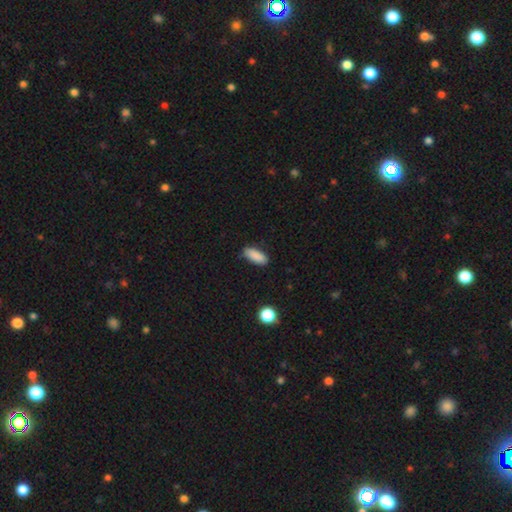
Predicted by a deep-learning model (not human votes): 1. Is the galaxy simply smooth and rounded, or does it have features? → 88% smooth, 7% star or artifact, 4% featured or disk.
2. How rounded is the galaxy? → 78% in between, 20% cigar-shaped, 2% round.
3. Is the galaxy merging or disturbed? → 84% none, 13% minor disturbance, 2% major disturbance, 1% merger.